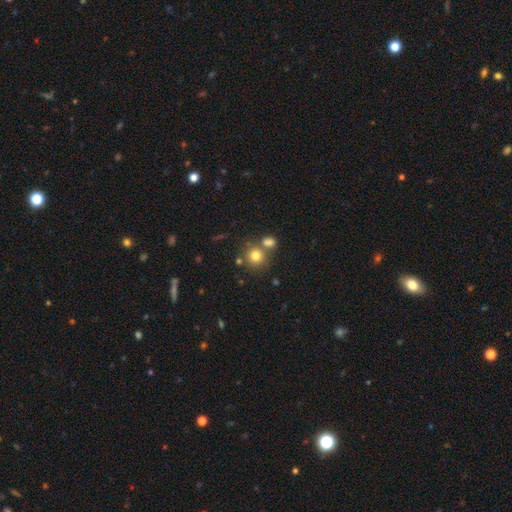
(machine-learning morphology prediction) smooth_or_featured: smooth (p=0.77) [alt: star or artifact p=0.13]
how_rounded: round (p=0.88) [alt: in between p=0.11]
merging: none (p=0.62) [alt: merger p=0.26]